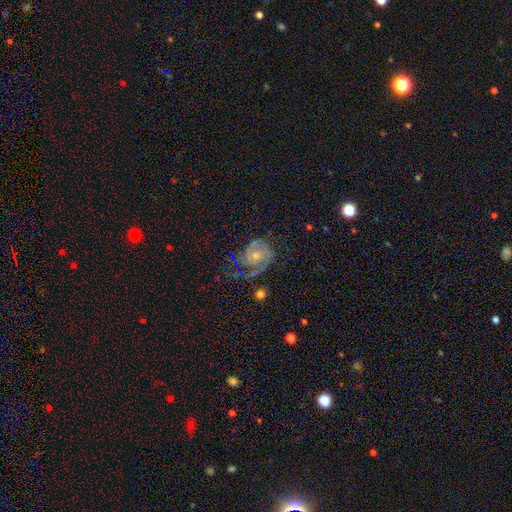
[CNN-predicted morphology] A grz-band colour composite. It shows a featured or disk galaxy (83%) with no bar (71%), 2 (63%) tight (52%) spiral arms (96%) and a small central bulge (52%). Merging: none (58%).